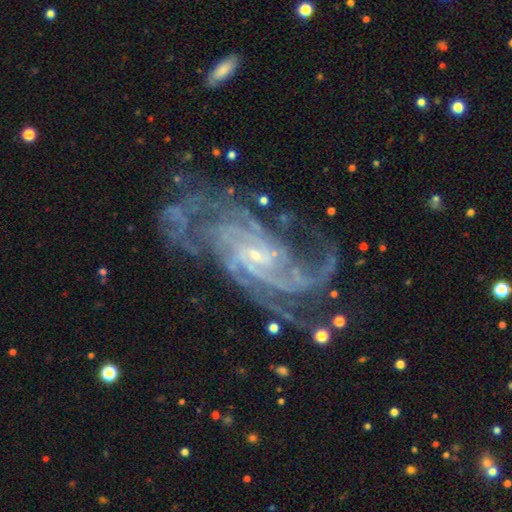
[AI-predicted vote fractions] Smooth or featured?
  - featured or disk: 90% *
  - star or artifact: 7%
  - smooth: 4%
Edge-on disk?
  - no: 96% *
  - yes: 4%
Bar?
  - no: 45% *
  - weak: 40%
  - strong: 15%
Spiral arms?
  - yes: 98% *
  - no: 2%
Spiral winding?
  - tight: 50% *
  - medium: 40%
  - loose: 10%
Spiral arm count?
  - 4: 22% *
  - can't tell: 20%
  - 3: 20%
  - 2: 17%
  - more than 4: 12%
  - 1: 8%
Bulge size?
  - small: 82% *
  - moderate: 10%
  - none: 6%
  - large: 1%
  - dominant: 1%
Merging?
  - none: 62% *
  - minor disturbance: 19%
  - major disturbance: 16%
  - merger: 3%